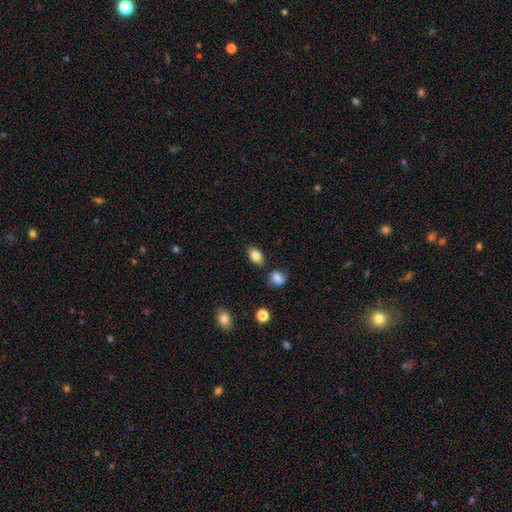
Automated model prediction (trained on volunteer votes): The model was most divided on "merging": none: 81%, minor disturbance: 11%, merger: 5%, major disturbance: 3%. More confident: how rounded — in between (87%); smooth or featured — smooth (84%).